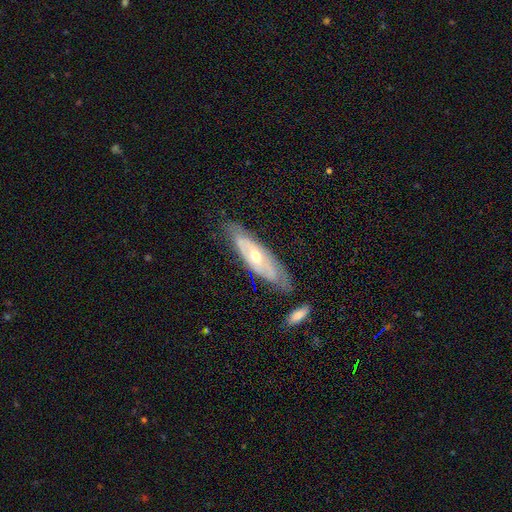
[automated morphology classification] The model was most divided on "bulge size": moderate: 54%, small: 42%, large: 2%, none: 1%, dominant: 1%. More confident: smooth or featured — featured or disk (74%); edge-on disk — no (73%); merging — none (72%); spiral arms — yes (68%); bar — no (66%).